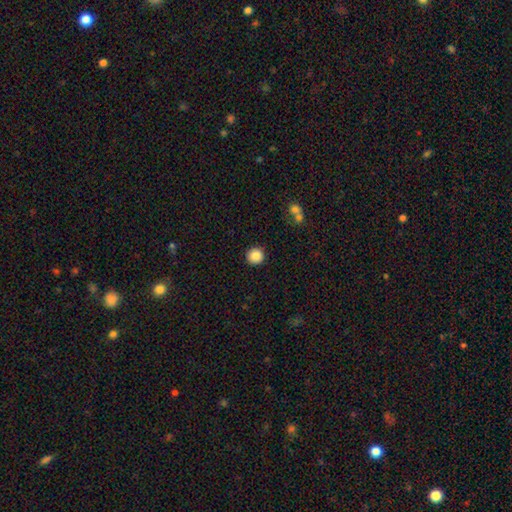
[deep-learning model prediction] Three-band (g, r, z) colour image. It shows a smooth galaxy with no disk features (86%) that is round (95%). Merging: none (91%).